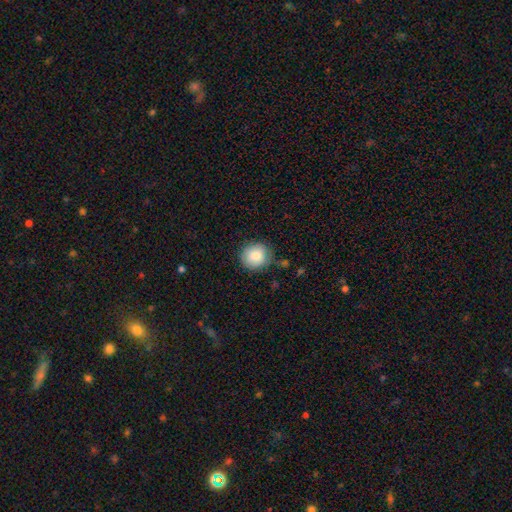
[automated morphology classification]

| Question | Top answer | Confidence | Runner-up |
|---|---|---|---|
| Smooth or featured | smooth | 84% | star or artifact (8%) |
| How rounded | round | 90% | in between (9%) |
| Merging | none | 82% | minor disturbance (13%) |